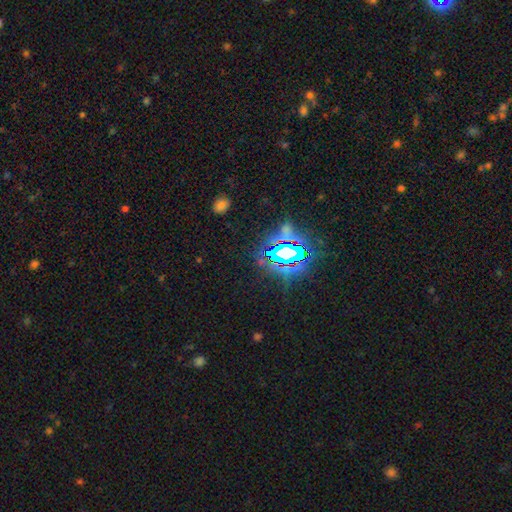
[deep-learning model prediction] A star or artifact, not a galaxy (81%).

Vote fractions:
- Smooth or featured? star or artifact: 81% / smooth: 11% / featured or disk: 8%